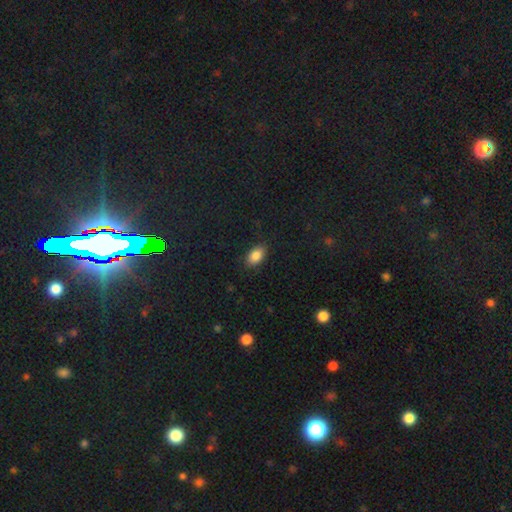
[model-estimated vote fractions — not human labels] Morphology: type=smooth (86%); roundness=in between (90%); merging=none (85%).